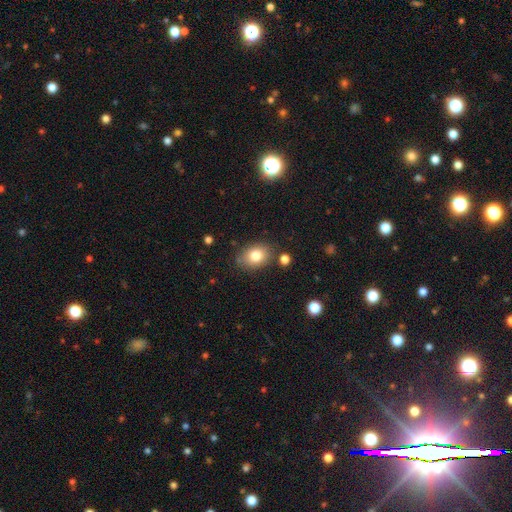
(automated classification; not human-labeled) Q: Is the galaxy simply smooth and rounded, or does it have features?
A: smooth — 81%.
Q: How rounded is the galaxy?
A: in between — 67%.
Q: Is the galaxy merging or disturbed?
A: none — 79%.